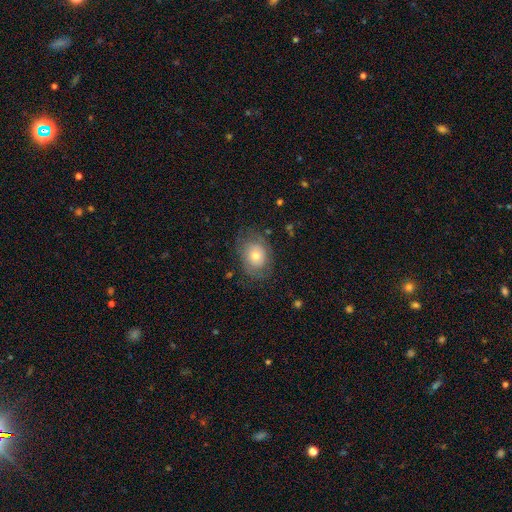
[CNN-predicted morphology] A smooth galaxy with no disk features (63%) that is in between round and cigar-shaped (60%).

Vote fractions:
- Smooth or featured? smooth: 63% / featured or disk: 29% / star or artifact: 9%
- How rounded? in between: 60% / round: 39% / cigar-shaped: 1%
- Merging? none: 70% / minor disturbance: 20% / major disturbance: 9% / merger: 1%